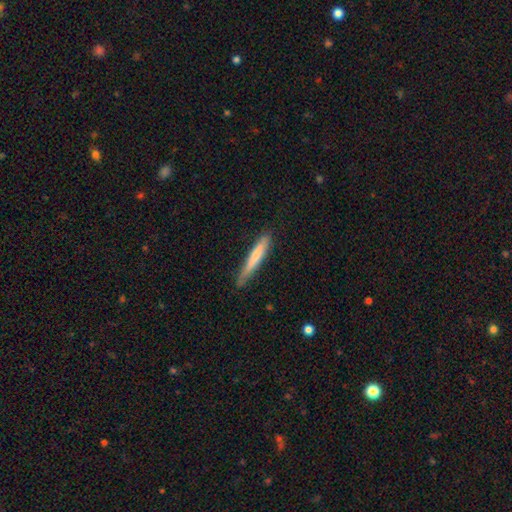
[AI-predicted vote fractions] This is likely a smooth galaxy (69%). How rounded: clearly cigar-shaped (94%). Merging: likely none (75%).